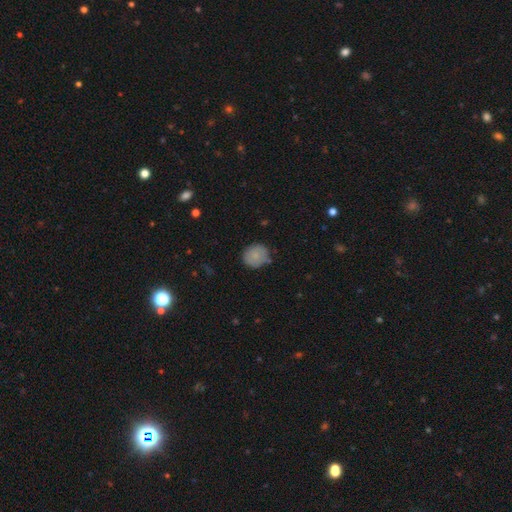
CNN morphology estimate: Overall: smooth (83%). How rounded: round (85%). Merging: none (80%).